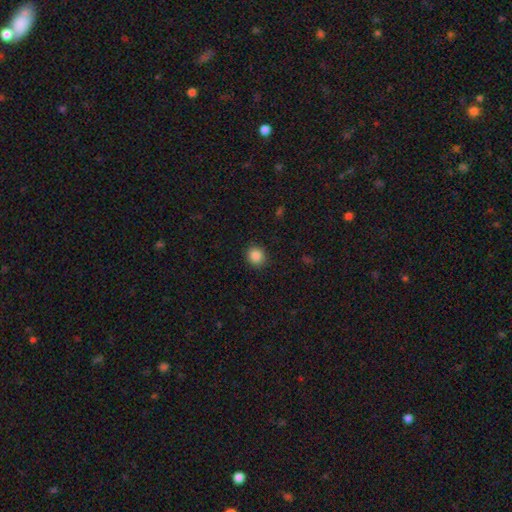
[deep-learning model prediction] This appears to be a smooth galaxy with no disk features (87%) that is round (84%). Merging: none (91%).